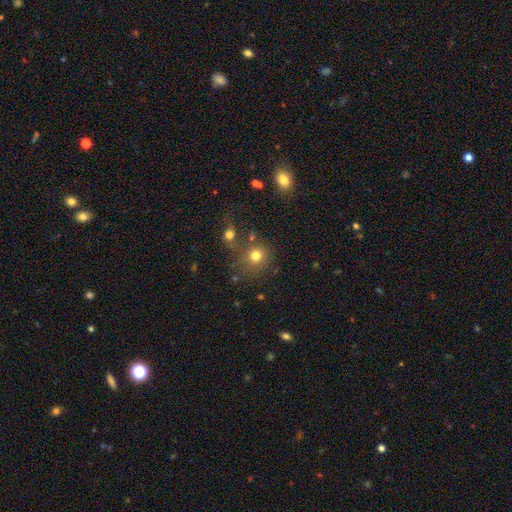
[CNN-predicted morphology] smooth 76%, star or artifact 16%, featured or disk 9%. Down the decision tree: how rounded — round (87%); merging — none (63%).